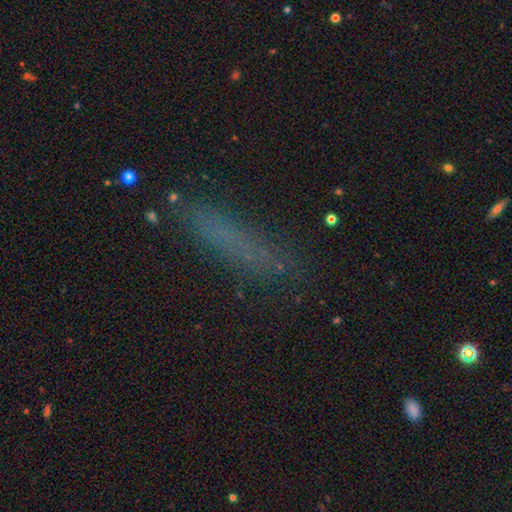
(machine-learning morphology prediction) Smooth or featured? Predicted: smooth (p=0.60). How rounded? Predicted: cigar-shaped (p=0.81). Merging? Predicted: none (p=0.73).